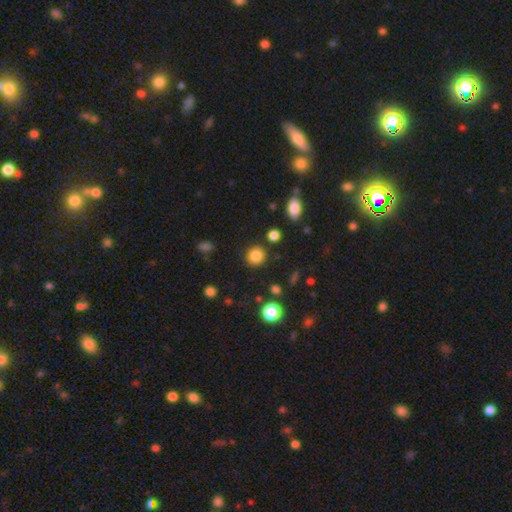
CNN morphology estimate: Smooth or featured: smooth — 85% (star or artifact — 11%)
How rounded: round — 89% (in between — 10%)
Merging: none — 87% (minor disturbance — 7%)